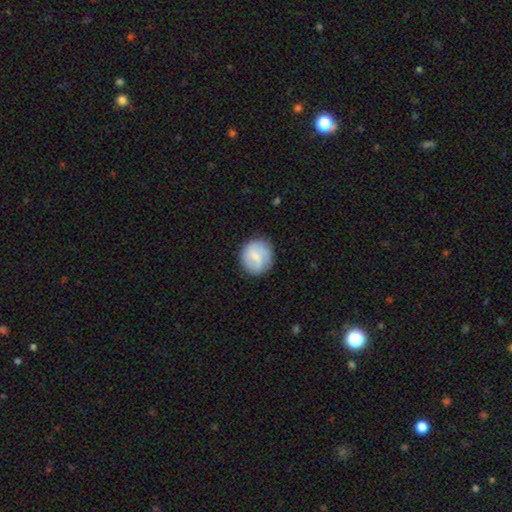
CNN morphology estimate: smooth-or-featured: smooth: 64% | featured or disk: 29% | star or artifact: 6%
  how-rounded: round: 85% | in between: 14% | cigar-shaped: 1%
  merging: none: 79% | minor disturbance: 15% | major disturbance: 5% | merger: 1%